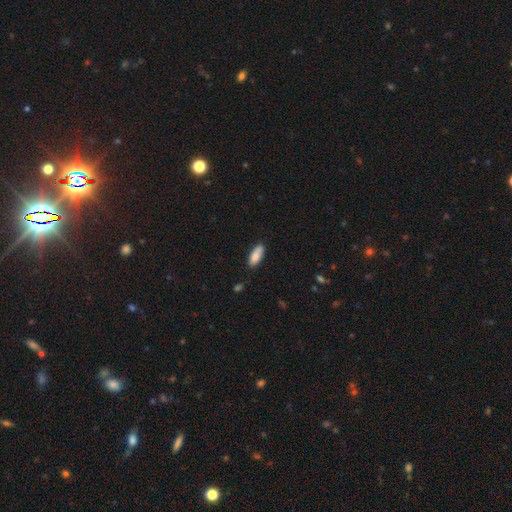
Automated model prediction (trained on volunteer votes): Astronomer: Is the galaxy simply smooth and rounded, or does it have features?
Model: smooth — 86%.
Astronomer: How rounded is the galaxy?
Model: in between — 75%.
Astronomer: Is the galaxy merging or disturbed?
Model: none — 79%.